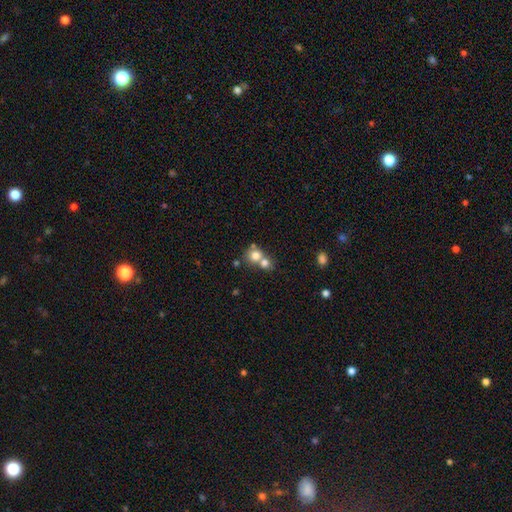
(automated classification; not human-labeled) The model was most divided on "merging": merger: 60%, none: 33%, minor disturbance: 5%, major disturbance: 3%. More confident: how rounded — round (81%); smooth or featured — smooth (75%).